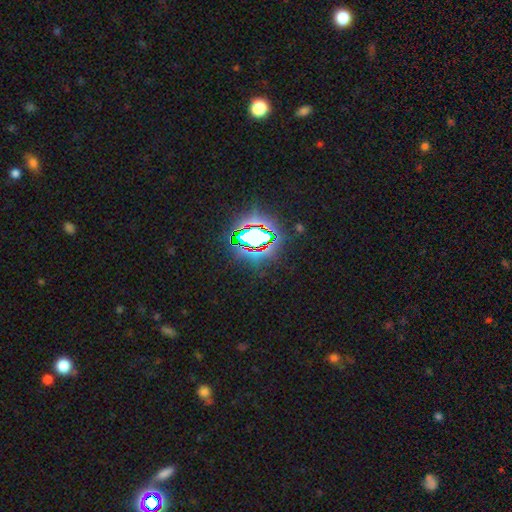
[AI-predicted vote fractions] This appears to be a star or artifact, not a galaxy (79%).